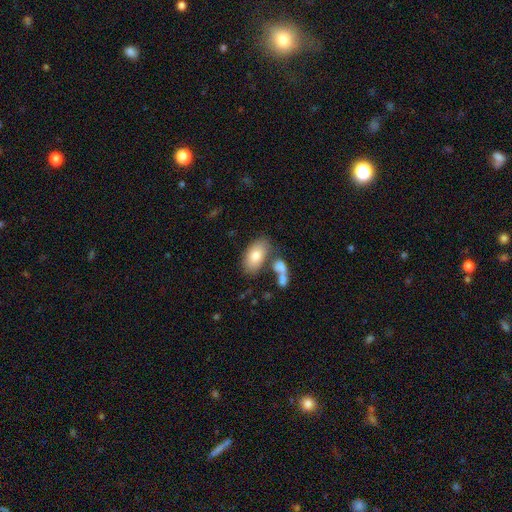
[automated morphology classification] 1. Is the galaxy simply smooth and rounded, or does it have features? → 77% smooth, 16% featured or disk, 7% star or artifact.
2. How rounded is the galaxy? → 93% in between, 5% round, 2% cigar-shaped.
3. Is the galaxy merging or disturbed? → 65% none, 16% merger, 14% minor disturbance, 5% major disturbance.